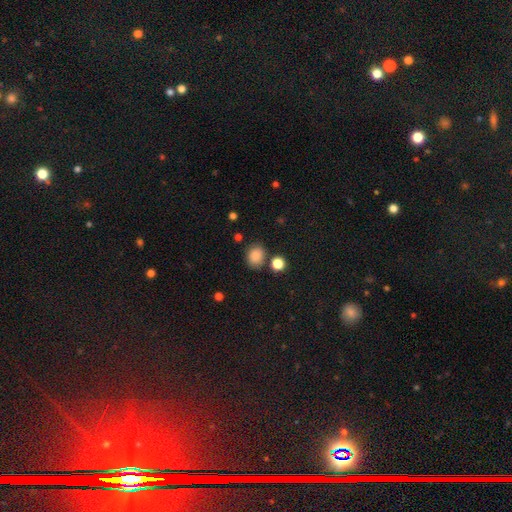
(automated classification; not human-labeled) The model was most divided on "how rounded": round: 59%, in between: 40%, cigar-shaped: 1%. More confident: smooth or featured — smooth (85%); merging — none (75%).